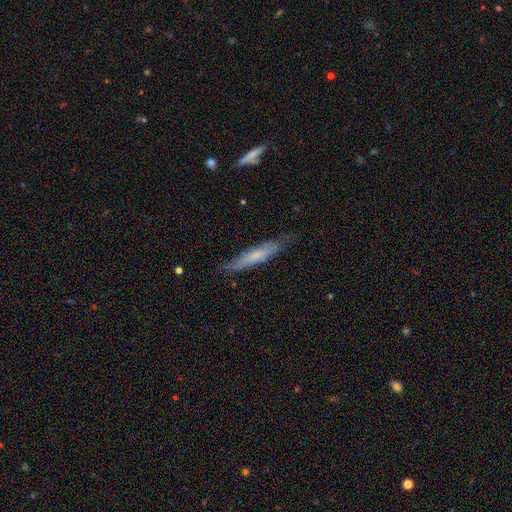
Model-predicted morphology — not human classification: smooth 52%, featured or disk 42%, star or artifact 6%. Down the decision tree: how rounded — cigar-shaped (87%); merging — none (73%).